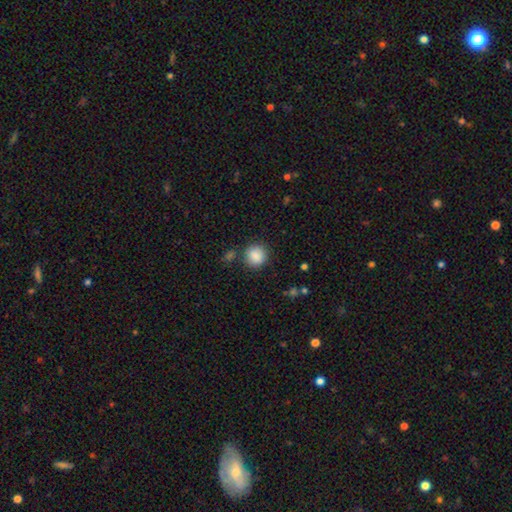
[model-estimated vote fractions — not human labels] smooth_or_featured: smooth (p=0.87) [alt: star or artifact p=0.08]
how_rounded: round (p=0.87) [alt: in between p=0.12]
merging: none (p=0.82) [alt: minor disturbance p=0.10]